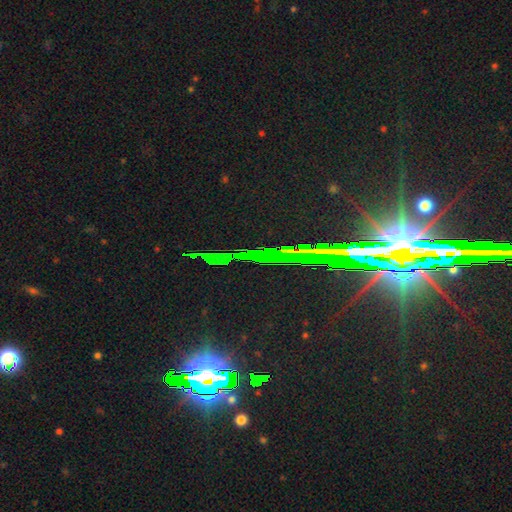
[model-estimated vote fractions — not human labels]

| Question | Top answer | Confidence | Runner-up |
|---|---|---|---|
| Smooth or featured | star or artifact | 80% | smooth (10%) |